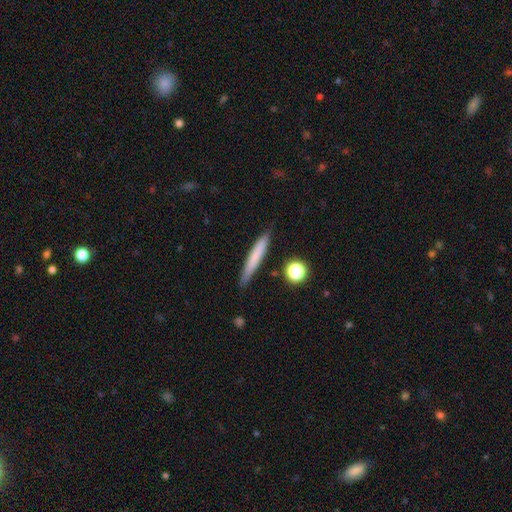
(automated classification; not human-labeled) smooth-or-featured: smooth: 69% | featured or disk: 23% | star or artifact: 7%
  how-rounded: cigar-shaped: 95% | in between: 4% | round: 1%
  merging: none: 86% | minor disturbance: 10% | merger: 2% | major disturbance: 2%